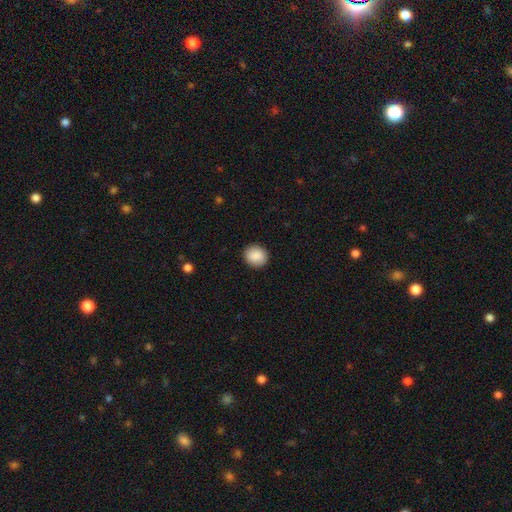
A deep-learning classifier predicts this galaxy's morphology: Overall: smooth (88%). How rounded: round (79%). Merging: none (91%).